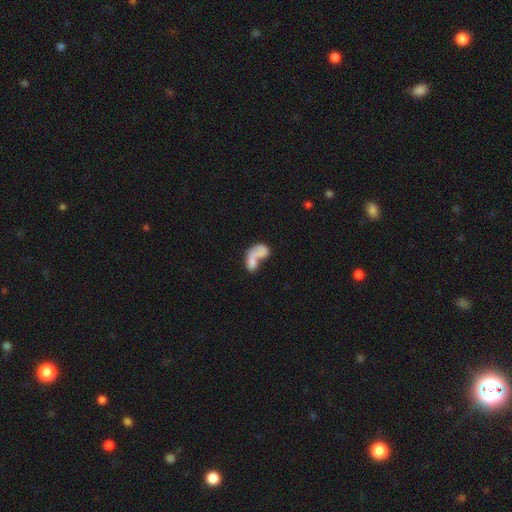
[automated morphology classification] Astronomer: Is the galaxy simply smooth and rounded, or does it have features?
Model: smooth — 58%.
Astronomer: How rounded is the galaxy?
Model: in between — 83%.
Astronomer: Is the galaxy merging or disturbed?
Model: merger — 58%.